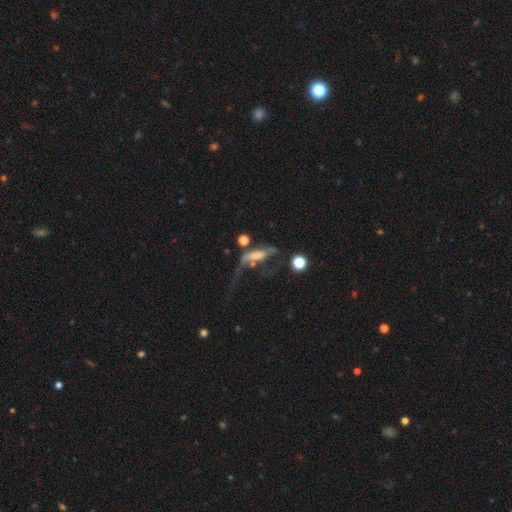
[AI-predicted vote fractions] This appears to be a featured or disk galaxy (48%). Merging: major disturbance (52%).